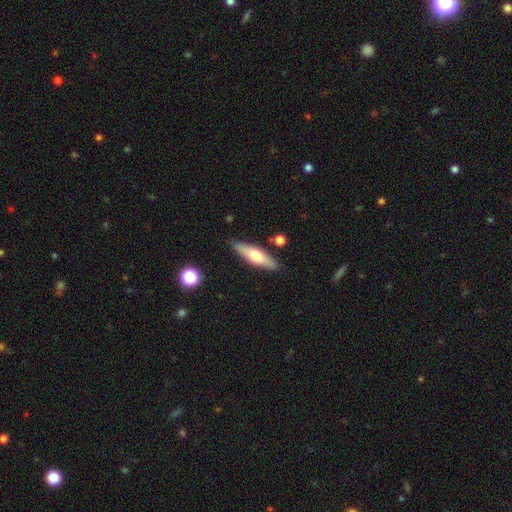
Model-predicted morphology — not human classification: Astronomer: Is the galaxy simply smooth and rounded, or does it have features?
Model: smooth — 53% (runner-up: featured or disk, 42%).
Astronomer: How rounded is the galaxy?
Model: cigar-shaped — 64%.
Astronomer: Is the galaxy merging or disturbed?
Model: none — 84%.